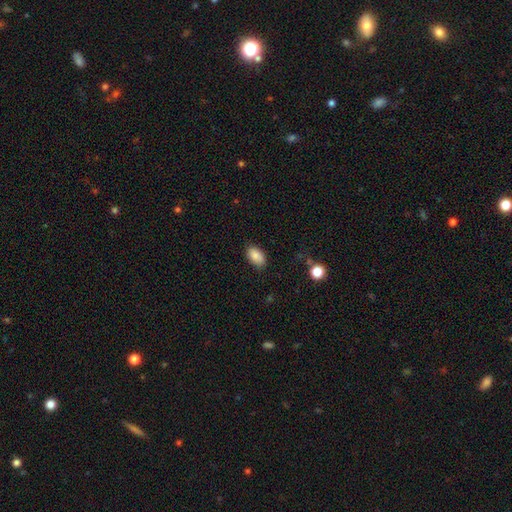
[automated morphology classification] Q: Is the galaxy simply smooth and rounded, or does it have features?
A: smooth — 87%.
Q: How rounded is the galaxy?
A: in between — 93%.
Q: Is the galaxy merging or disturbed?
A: none — 81%.